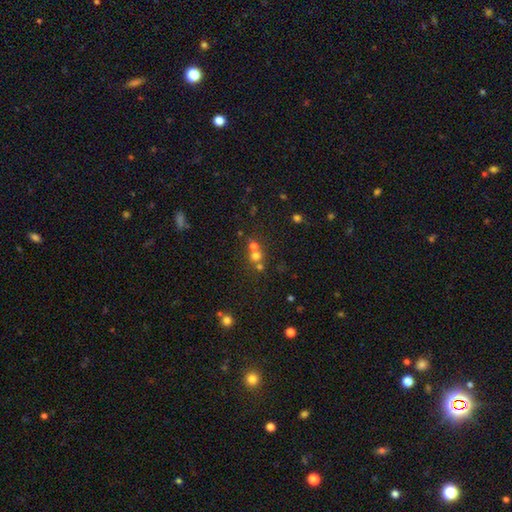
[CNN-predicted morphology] A smooth galaxy with no disk features (61%) that is round (84%). Merging: merger (47%).